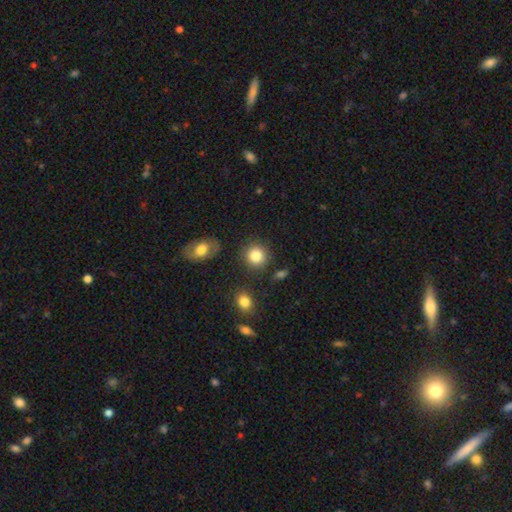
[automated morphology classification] smooth_or_featured: smooth (p=0.85) [alt: star or artifact p=0.09]
how_rounded: round (p=0.89) [alt: in between p=0.10]
merging: none (p=0.84) [alt: minor disturbance p=0.09]